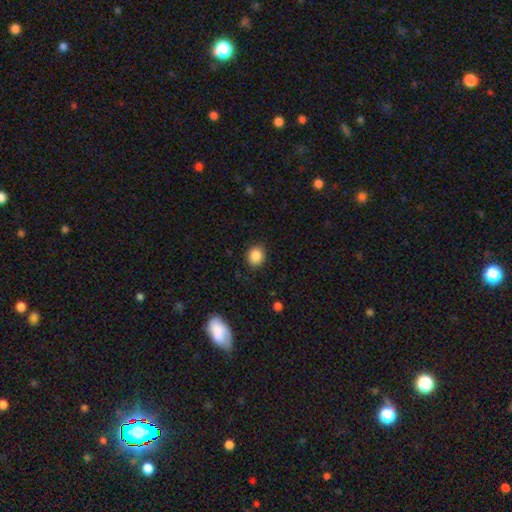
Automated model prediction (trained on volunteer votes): Smooth or featured? Predicted: smooth (p=0.87). How rounded? Predicted: round (p=0.69). Merging? Predicted: none (p=0.88).